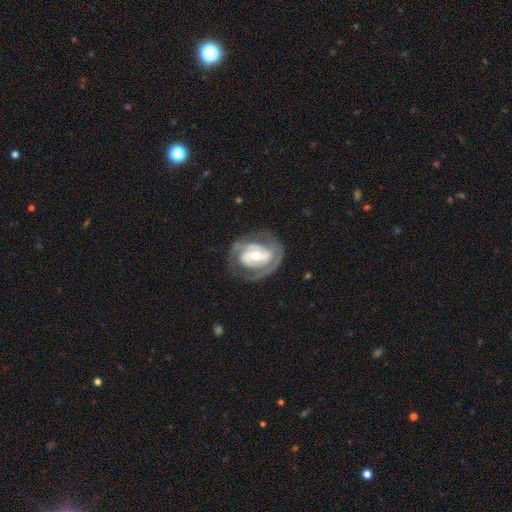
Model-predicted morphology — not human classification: Smooth or featured? Predicted: featured or disk (p=0.86). Edge-on disk? Predicted: no (p=0.97). Bar? Predicted: strong (p=0.44). Spiral arms? Predicted: yes (p=0.92). Spiral winding? Predicted: tight (p=0.53). Spiral arm count? Predicted: 2 (p=0.72). Bulge size? Predicted: moderate (p=0.55). Merging? Predicted: none (p=0.70).